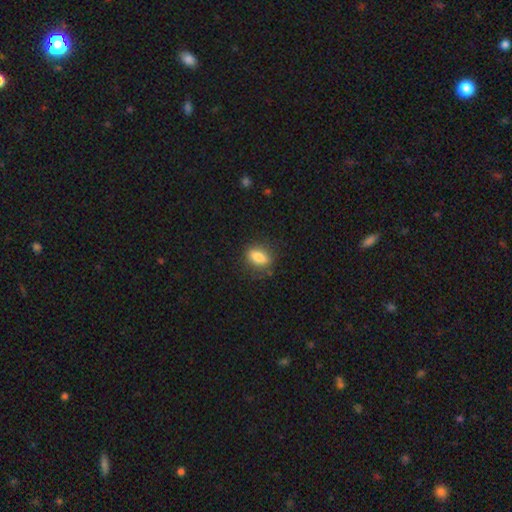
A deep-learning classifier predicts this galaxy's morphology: The model was most divided on "how rounded": in between: 77%, cigar-shaped: 12%, round: 11%. More confident: smooth or featured — smooth (82%); merging — none (81%).